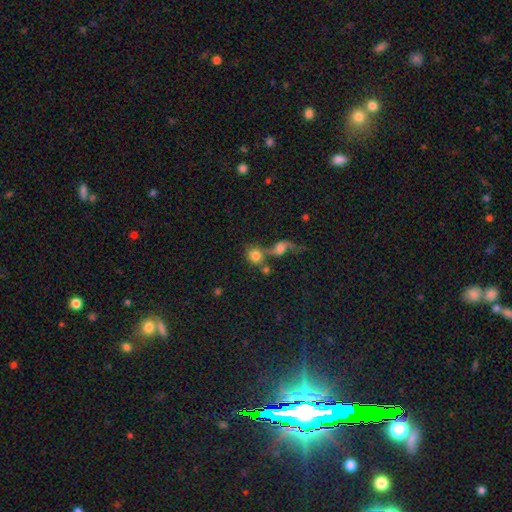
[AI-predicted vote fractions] Morphology: type=smooth (75%); roundness=round (71%); merging=merger (45%).